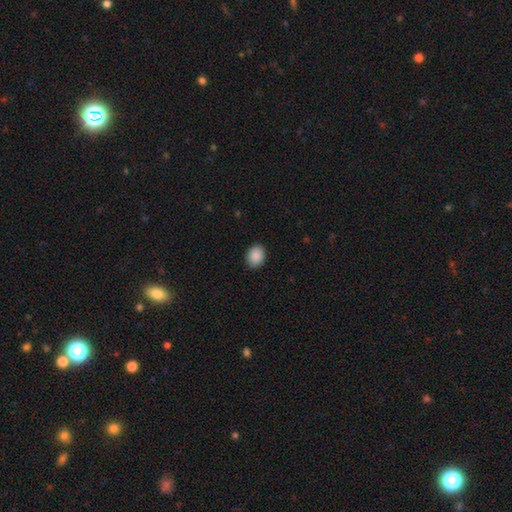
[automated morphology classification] Smooth or featured: smooth — 90% (star or artifact — 8%)
How rounded: in between — 57% (round — 42%)
Merging: none — 89% (minor disturbance — 8%)